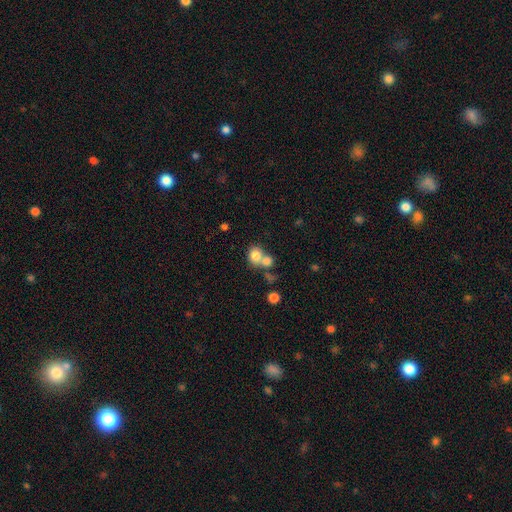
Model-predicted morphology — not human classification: Overall: smooth (79%). How rounded: round (76%). Merging: merger (48%; none 40%).